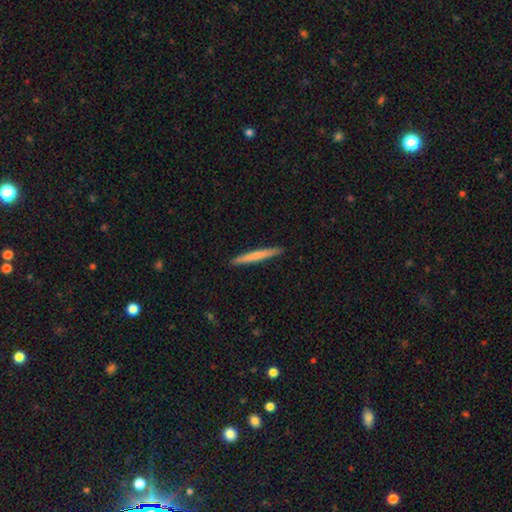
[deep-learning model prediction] smooth 64%, featured or disk 31%, star or artifact 5%. Down the decision tree: how rounded — cigar-shaped (97%); merging — none (92%).